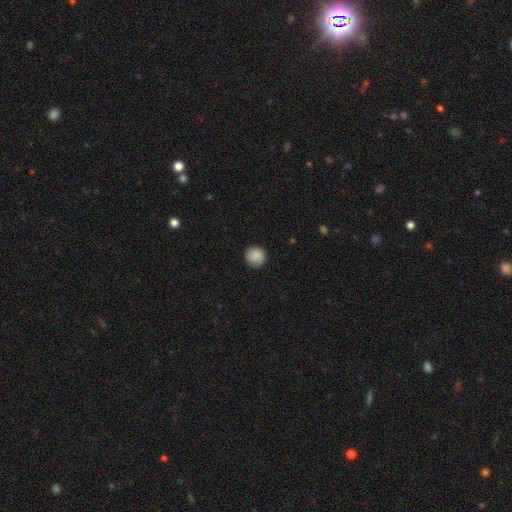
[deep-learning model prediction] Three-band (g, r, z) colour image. It shows a smooth galaxy with no disk features (86%) that is round (93%). Merging: none (88%).